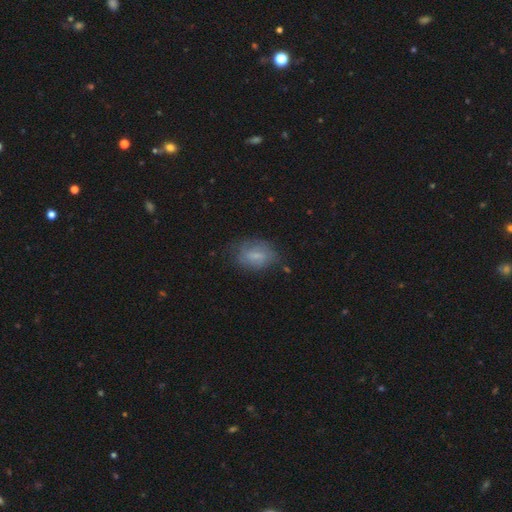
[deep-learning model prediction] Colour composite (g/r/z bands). It shows a smooth galaxy with no disk features (63%) that is in between round and cigar-shaped (82%). Merging: none (64%).